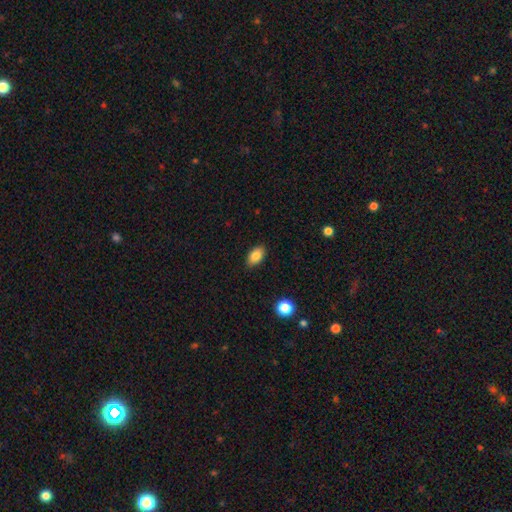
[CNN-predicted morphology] Smooth or featured? Predicted: smooth (p=0.85). How rounded? Predicted: in between (p=0.91). Merging? Predicted: none (p=0.87).